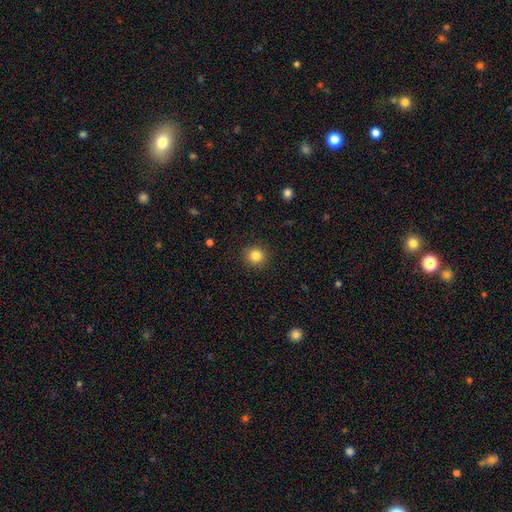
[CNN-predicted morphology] Smooth or featured? Predicted: smooth (p=0.84). How rounded? Predicted: round (p=0.93). Merging? Predicted: none (p=0.91).